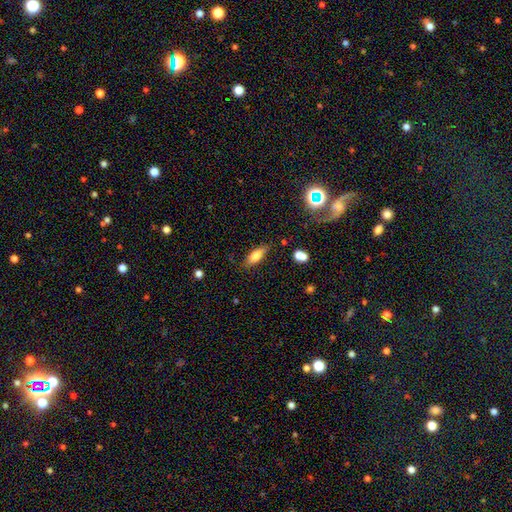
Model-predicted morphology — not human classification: This appears to be a smooth galaxy with no disk features (71%) that is in between round and cigar-shaped (66%). Merging: none (80%).